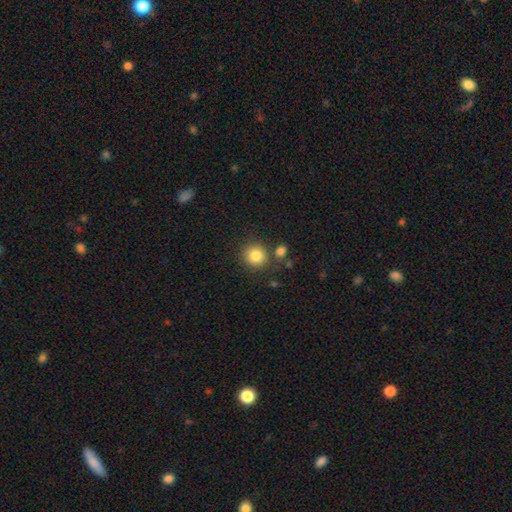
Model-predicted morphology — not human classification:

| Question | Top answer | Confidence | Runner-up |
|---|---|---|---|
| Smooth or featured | smooth | 84% | star or artifact (10%) |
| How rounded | round | 90% | in between (9%) |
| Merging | none | 80% | minor disturbance (9%) |